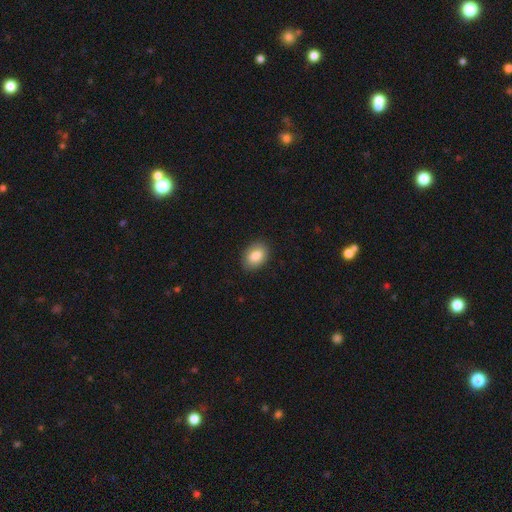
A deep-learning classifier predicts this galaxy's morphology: Overall: smooth (85%). How rounded: in between (85%). Merging: none (86%).